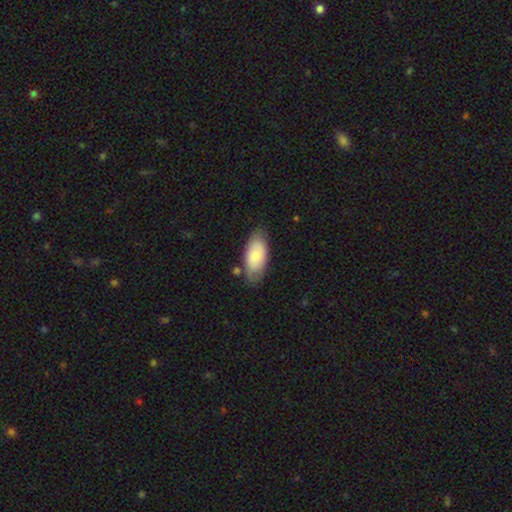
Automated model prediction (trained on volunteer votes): This appears to be a smooth galaxy with no disk features (75%) that is in between round and cigar-shaped (92%). Merging: none (72%).